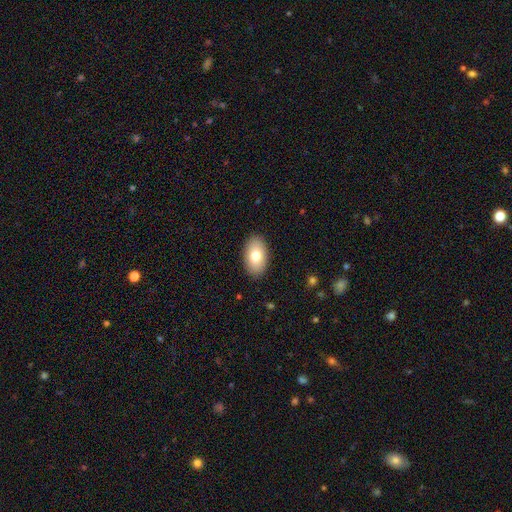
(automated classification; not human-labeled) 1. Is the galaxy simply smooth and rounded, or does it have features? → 78% smooth, 15% featured or disk, 7% star or artifact.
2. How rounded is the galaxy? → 94% in between, 5% round, 1% cigar-shaped.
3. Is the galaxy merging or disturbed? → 89% none, 8% minor disturbance, 2% major disturbance, 1% merger.